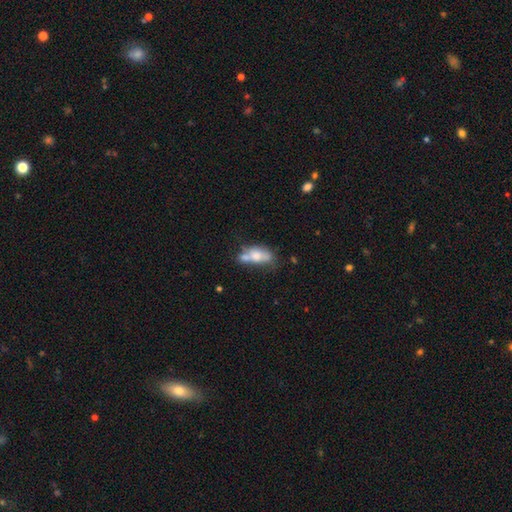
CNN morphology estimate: Smooth or featured: smooth — 60% (featured or disk — 31%)
How rounded: in between — 80% (cigar-shaped — 13%)
Merging: merger — 39% (none — 29%)